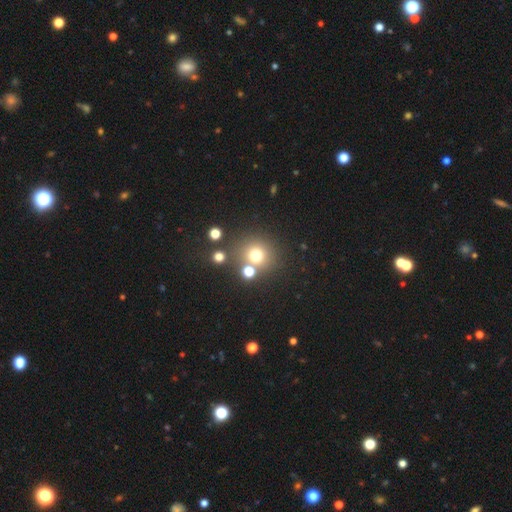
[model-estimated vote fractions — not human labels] Smooth or featured? Predicted: smooth (p=0.72). How rounded? Predicted: round (p=0.89). Merging? Predicted: none (p=0.73).